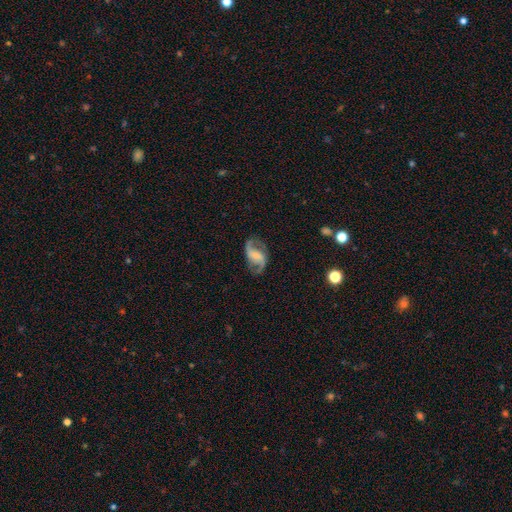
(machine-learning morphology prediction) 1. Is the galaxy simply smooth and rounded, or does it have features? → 86% featured or disk, 9% smooth, 6% star or artifact.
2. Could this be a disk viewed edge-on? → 97% no, 3% yes.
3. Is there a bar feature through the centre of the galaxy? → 42% weak, 32% no, 26% strong.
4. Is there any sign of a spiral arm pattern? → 96% yes, 4% no.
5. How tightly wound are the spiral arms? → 49% loose, 41% medium, 10% tight.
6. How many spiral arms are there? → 92% 2, 3% can't tell, 2% 1, 1% 3, 1% 4, 1% more than 4.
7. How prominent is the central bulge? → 51% small, 31% moderate, 12% none, 5% large, 1% dominant.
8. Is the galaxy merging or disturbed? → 75% none, 15% minor disturbance, 9% major disturbance, 2% merger.